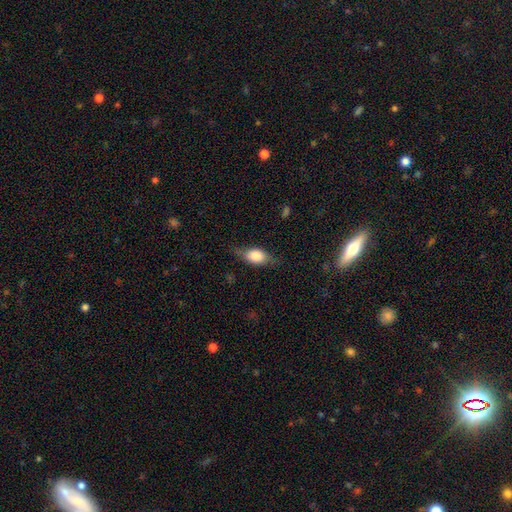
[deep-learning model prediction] Morphology: type=smooth (67%); roundness=in between (78%); merging=none (66%).